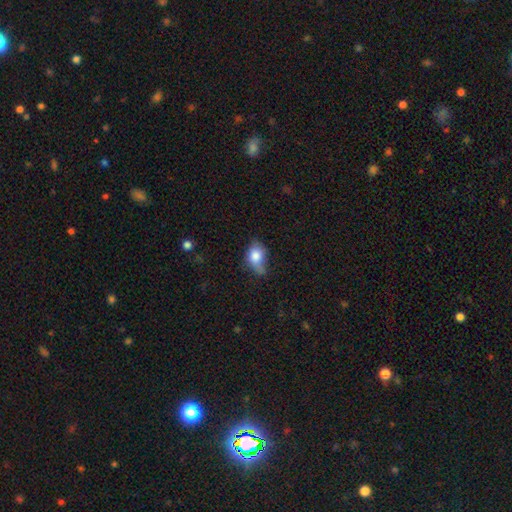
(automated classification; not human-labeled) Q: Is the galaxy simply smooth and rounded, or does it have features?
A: smooth — 76%.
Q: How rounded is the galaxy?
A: in between — 72%.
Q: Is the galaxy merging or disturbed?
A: minor disturbance — 41%.